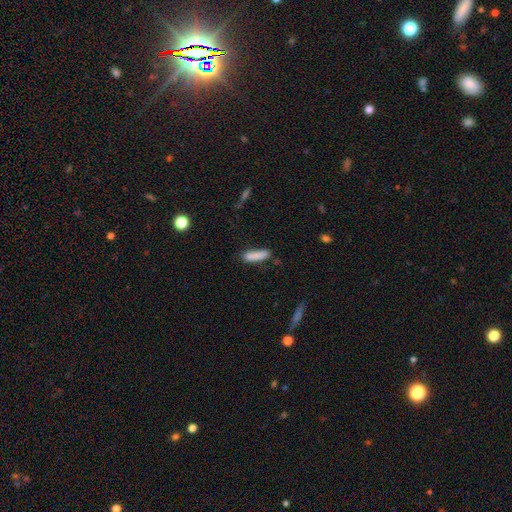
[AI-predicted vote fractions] Smooth or featured? Predicted: smooth (p=0.86). How rounded? Predicted: cigar-shaped (p=0.71). Merging? Predicted: none (p=0.76).